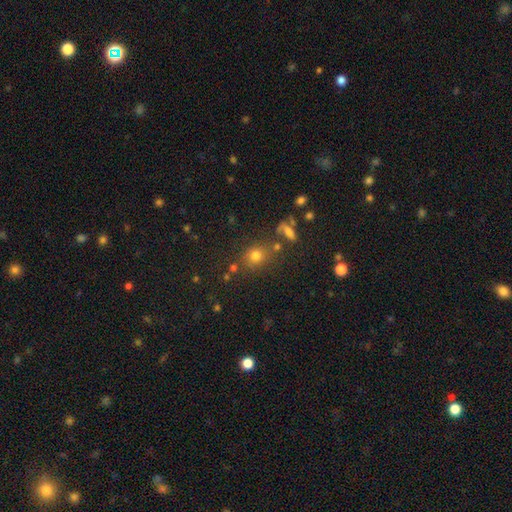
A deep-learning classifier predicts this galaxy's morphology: smooth-or-featured: smooth: 72% | star or artifact: 18% | featured or disk: 10%
  how-rounded: round: 72% | in between: 26% | cigar-shaped: 2%
  merging: none: 71% | minor disturbance: 13% | merger: 11% | major disturbance: 5%